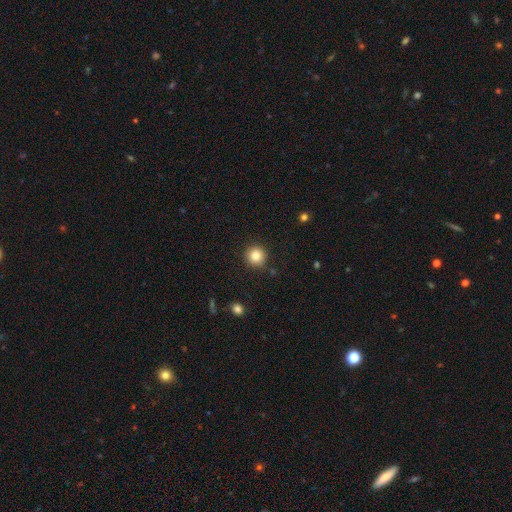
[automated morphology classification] This is clearly a smooth galaxy (85%). How rounded: clearly round (94%). Merging: clearly none (89%).